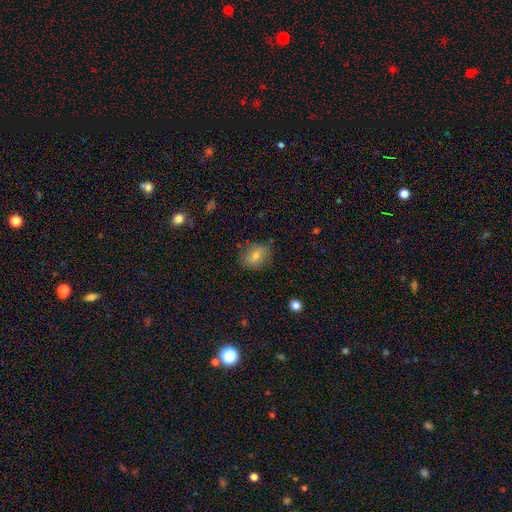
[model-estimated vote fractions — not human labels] Morphology: type=smooth (71%); roundness=in between (60%); merging=none (79%).